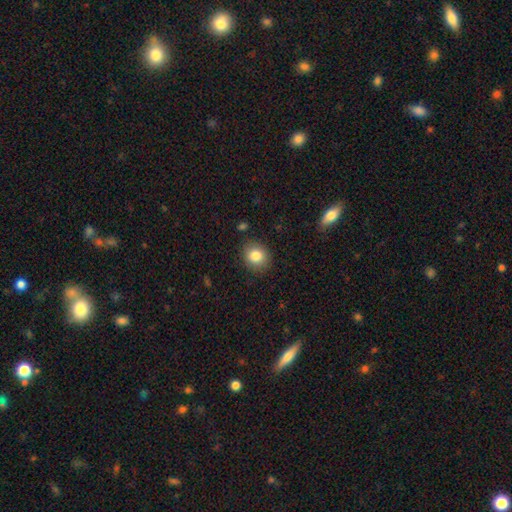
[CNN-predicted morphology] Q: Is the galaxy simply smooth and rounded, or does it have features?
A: smooth — 83%.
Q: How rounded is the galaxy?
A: round — 77%.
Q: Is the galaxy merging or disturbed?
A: none — 87%.